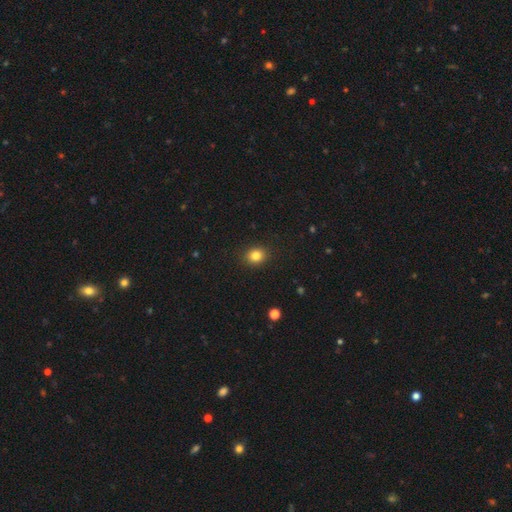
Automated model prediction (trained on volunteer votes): Smooth or featured?
  - smooth: 83% *
  - star or artifact: 11%
  - featured or disk: 6%
How rounded?
  - round: 68% *
  - in between: 31%
  - cigar-shaped: 1%
Merging?
  - none: 90% *
  - minor disturbance: 7%
  - major disturbance: 2%
  - merger: 1%